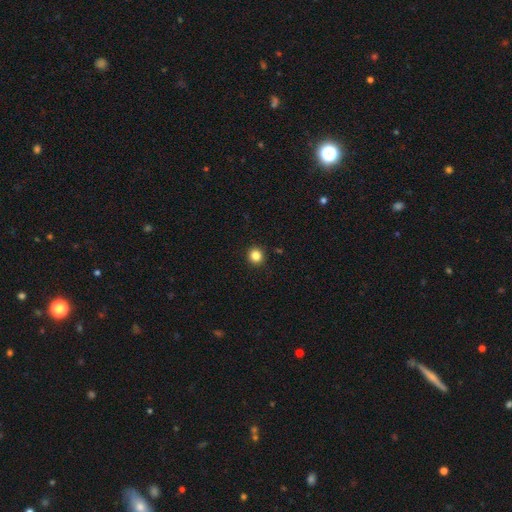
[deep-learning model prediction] The model was most divided on "smooth or featured": smooth: 84%, star or artifact: 11%, featured or disk: 4%. More confident: merging — none (93%); how rounded — round (92%).